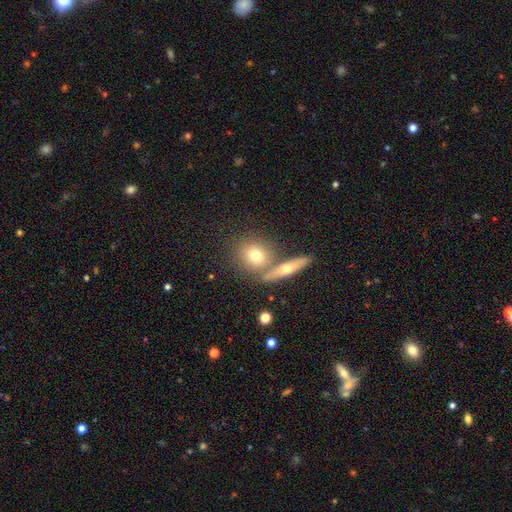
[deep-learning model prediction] Morphology: type=smooth (69%); roundness=round (73%); merging=none (63%).